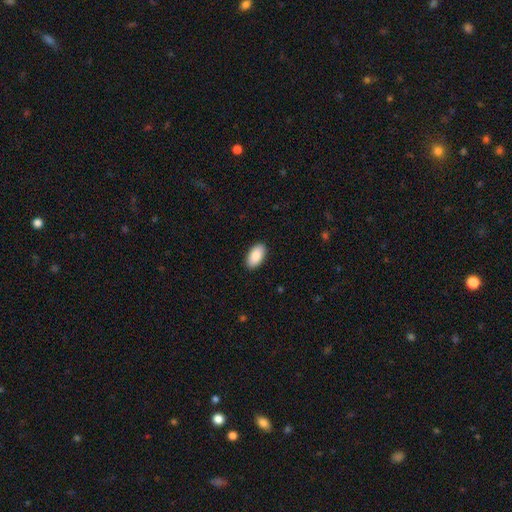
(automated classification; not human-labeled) Q: Smooth or featured?
A: smooth (87%); runner-up: featured or disk (7%)
Q: How rounded?
A: in between (95%); runner-up: round (2%)
Q: Merging?
A: none (90%); runner-up: minor disturbance (7%)